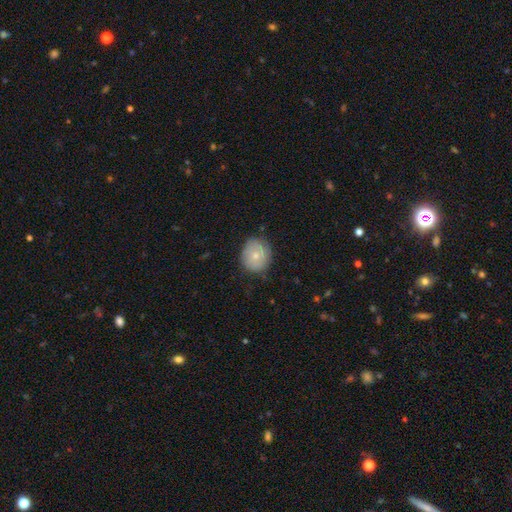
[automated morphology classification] smooth-or-featured: smooth: 68% | featured or disk: 25% | star or artifact: 7%
  how-rounded: round: 82% | in between: 18% | cigar-shaped: 1%
  merging: none: 76% | minor disturbance: 19% | major disturbance: 4% | merger: 1%